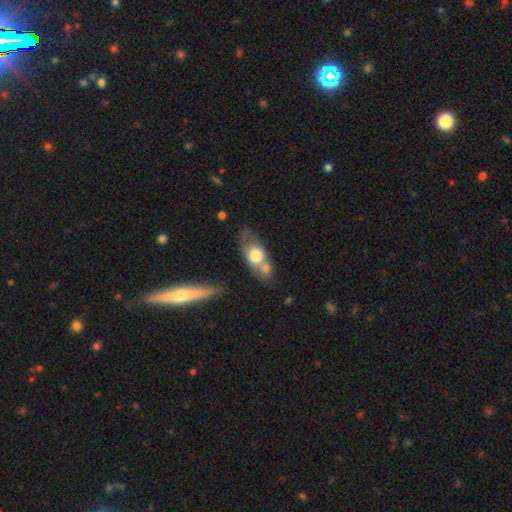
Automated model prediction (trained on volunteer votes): Smooth or featured? Predicted: smooth (p=0.61). How rounded? Predicted: in between (p=0.73). Merging? Predicted: none (p=0.47).